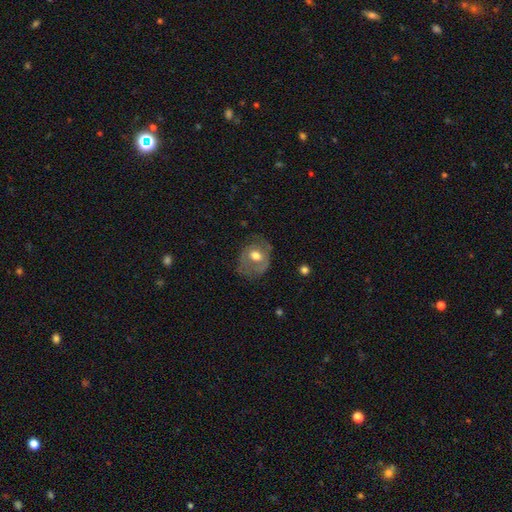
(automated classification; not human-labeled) Smooth or featured? smooth (48%)
Merging? none (51%)